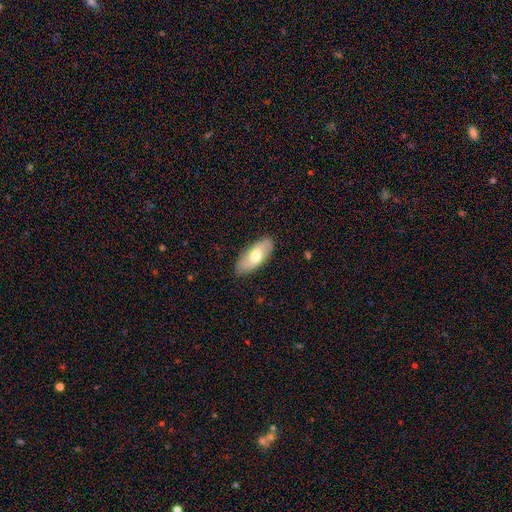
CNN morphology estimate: Smooth or featured: smooth — 61% (featured or disk — 34%)
How rounded: in between — 84% (cigar-shaped — 14%)
Merging: none — 85% (minor disturbance — 12%)